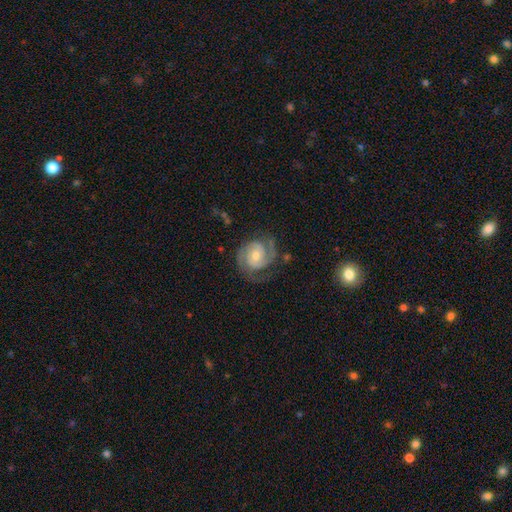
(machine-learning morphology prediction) Smooth or featured? Predicted: featured or disk (p=0.89). Edge-on disk? Predicted: no (p=0.98). Bar? Predicted: no (p=0.61). Spiral arms? Predicted: yes (p=0.98). Spiral winding? Predicted: tight (p=0.56). Spiral arm count? Predicted: 2 (p=0.85). Bulge size? Predicted: moderate (p=0.57). Merging? Predicted: none (p=0.73).